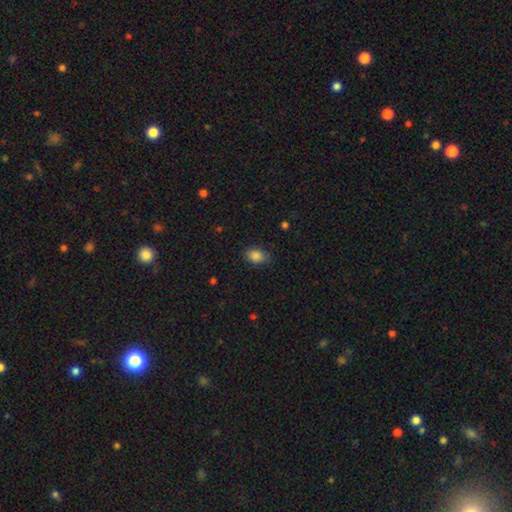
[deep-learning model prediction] Morphology: type=smooth (86%); roundness=in between (77%); merging=none (78%).